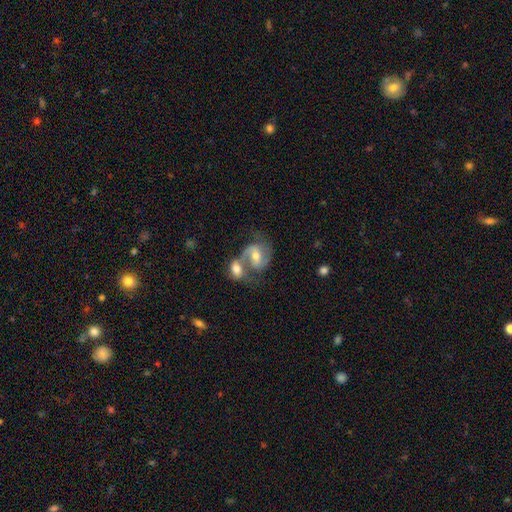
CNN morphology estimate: The model was most divided on "bar": weak: 47%, no: 30%, strong: 23%. More confident: edge-on disk — no (97%); spiral arms — yes (90%); spiral arm count — 2 (85%); smooth or featured — featured or disk (74%); bulge size — moderate (65%); merging — merger (60%); spiral winding — medium (53%).